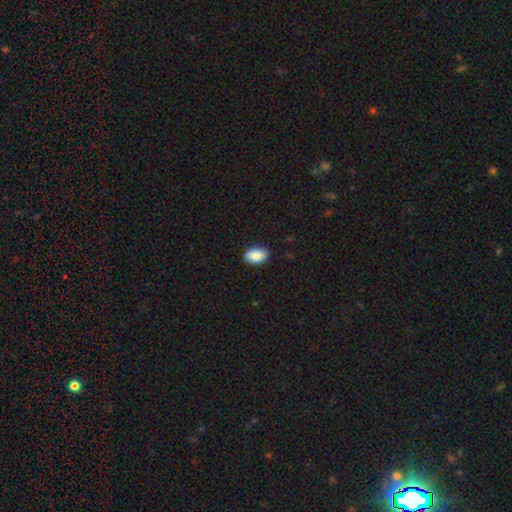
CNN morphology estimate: Smooth or featured?
  - smooth: 90% *
  - star or artifact: 6%
  - featured or disk: 4%
How rounded?
  - in between: 92% *
  - round: 7%
  - cigar-shaped: 1%
Merging?
  - none: 88% *
  - minor disturbance: 9%
  - major disturbance: 2%
  - merger: 1%